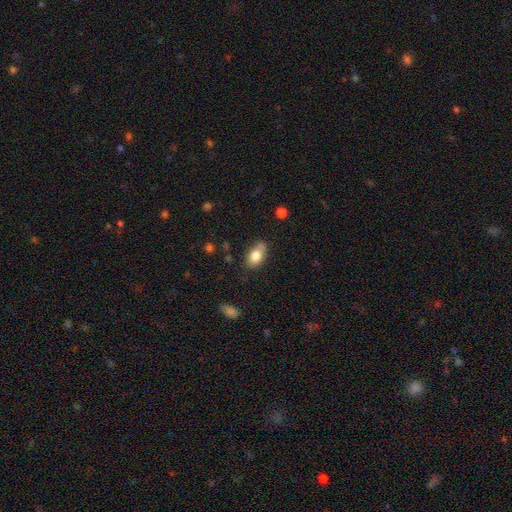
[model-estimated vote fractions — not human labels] This appears to be a smooth galaxy with no disk features (80%) that is in between round and cigar-shaped (86%). Merging: none (62%).